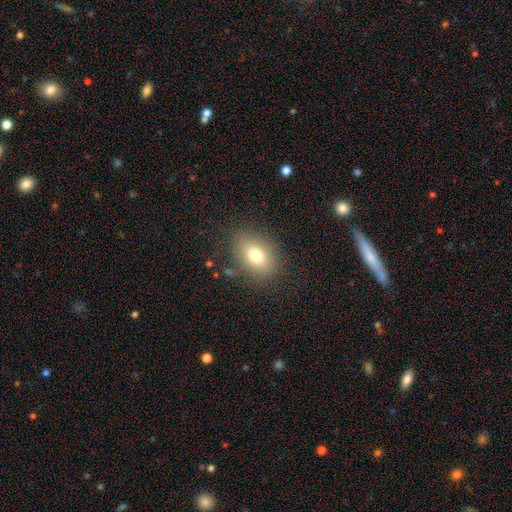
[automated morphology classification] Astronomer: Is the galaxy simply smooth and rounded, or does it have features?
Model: smooth — 74%.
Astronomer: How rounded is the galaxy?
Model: in between — 68%.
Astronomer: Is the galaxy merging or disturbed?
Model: none — 82%.